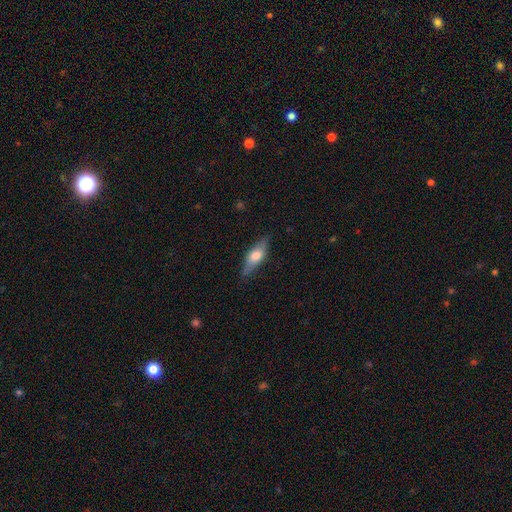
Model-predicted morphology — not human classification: This appears to be a smooth galaxy with no disk features (56%) that is in between round and cigar-shaped (60%). Merging: none (79%).